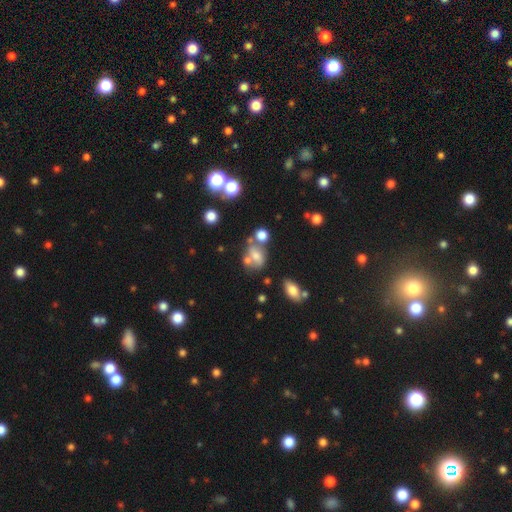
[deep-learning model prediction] This appears to be a smooth galaxy with no disk features (57%) that is in between round and cigar-shaped (64%). Merging: none (41%).